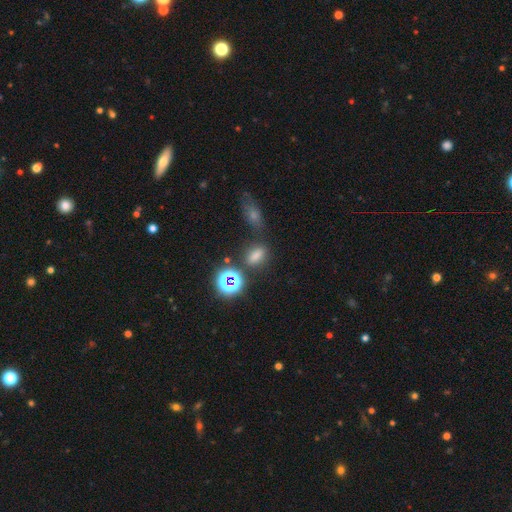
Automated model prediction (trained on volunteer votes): Overall: smooth (70%). How rounded: in between (69%). Merging: none (74%).